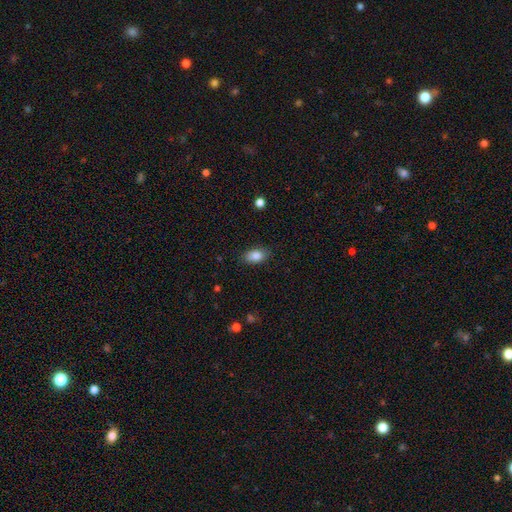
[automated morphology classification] Smooth or featured?
  - smooth: 86% *
  - star or artifact: 8%
  - featured or disk: 7%
How rounded?
  - in between: 89% *
  - round: 8%
  - cigar-shaped: 3%
Merging?
  - none: 85% *
  - minor disturbance: 11%
  - major disturbance: 3%
  - merger: 1%